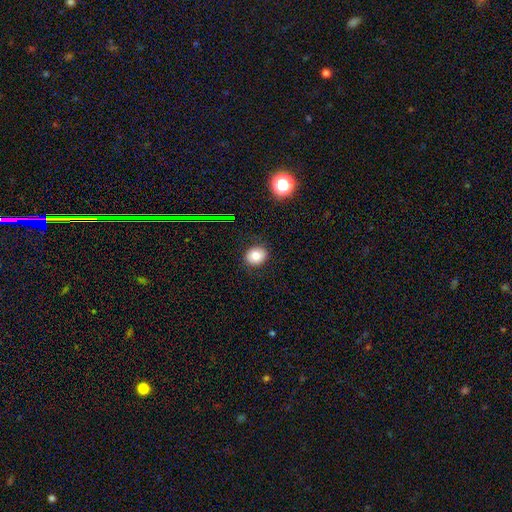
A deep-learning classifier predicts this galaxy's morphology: Overall: smooth (79%). How rounded: round (69%; in between 30%). Merging: none (87%).